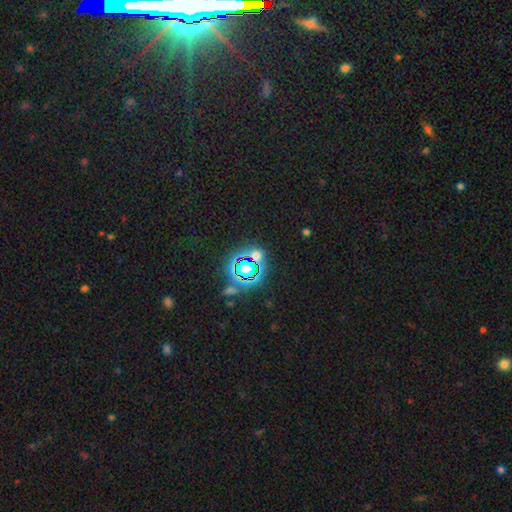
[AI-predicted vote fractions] Q: Smooth or featured?
A: star or artifact (59%); runner-up: smooth (32%)